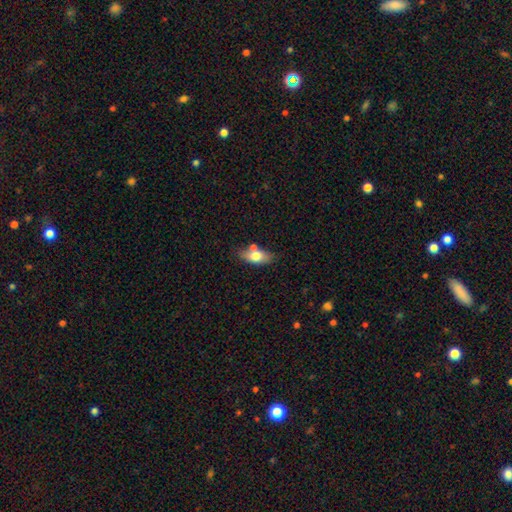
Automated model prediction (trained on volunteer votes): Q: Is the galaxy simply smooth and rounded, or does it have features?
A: smooth — 70%.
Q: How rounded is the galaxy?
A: in between — 83%.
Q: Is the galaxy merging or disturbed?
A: none — 63%.